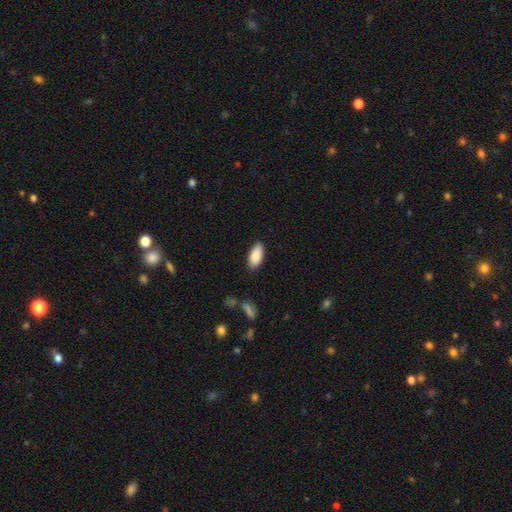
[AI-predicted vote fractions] A smooth galaxy with no disk features (89%) that is in between round and cigar-shaped (90%).

Vote fractions:
- Smooth or featured? smooth: 89% / star or artifact: 6% / featured or disk: 5%
- How rounded? in between: 90% / cigar-shaped: 9% / round: 2%
- Merging? none: 85% / minor disturbance: 11% / major disturbance: 2% / merger: 1%